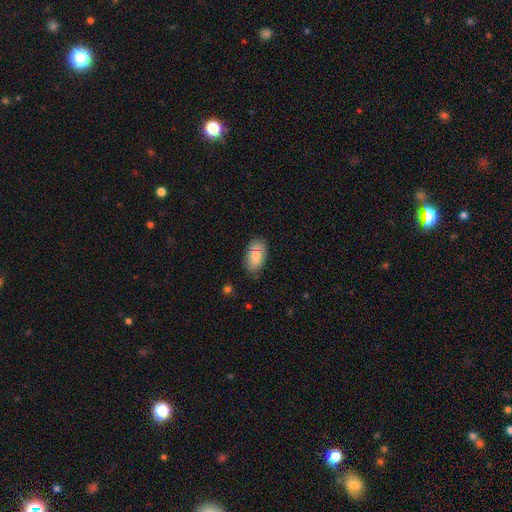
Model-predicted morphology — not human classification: smooth_or_featured: smooth (p=0.84) [alt: featured or disk p=0.10]
how_rounded: in between (p=0.94) [alt: round p=0.04]
merging: none (p=0.79) [alt: minor disturbance p=0.17]